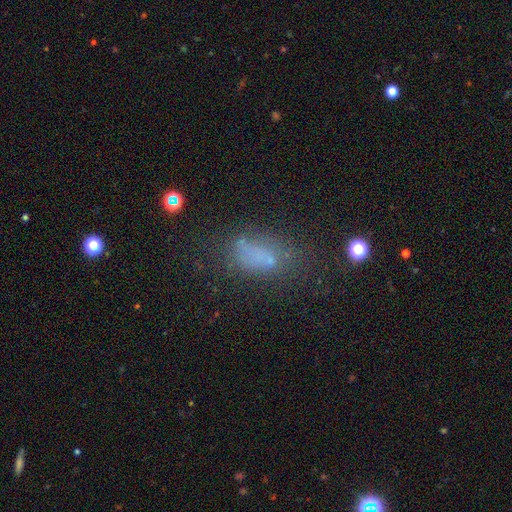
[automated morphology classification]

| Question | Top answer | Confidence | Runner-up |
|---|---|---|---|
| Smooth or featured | smooth | 59% | star or artifact (21%) |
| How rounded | in between | 79% | cigar-shaped (14%) |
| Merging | none | 48% | minor disturbance (24%) |